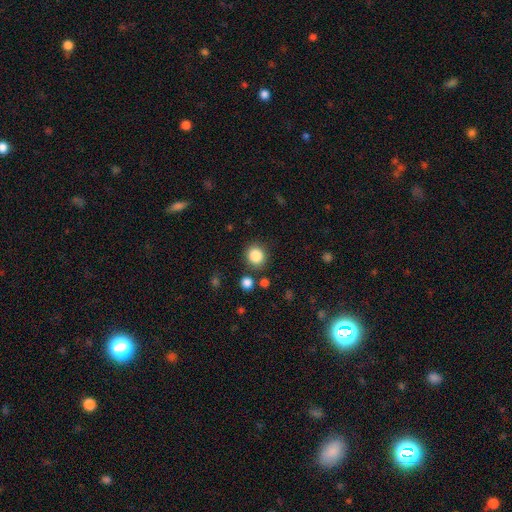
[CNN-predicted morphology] smooth_or_featured: smooth (p=0.86) [alt: star or artifact p=0.10]
how_rounded: round (p=0.84) [alt: in between p=0.15]
merging: none (p=0.84) [alt: minor disturbance p=0.08]